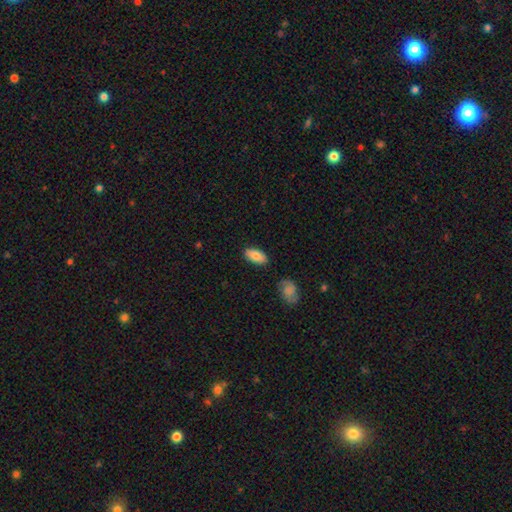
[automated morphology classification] type=smooth (80%); roundness=in between (93%); merging=none (84%).